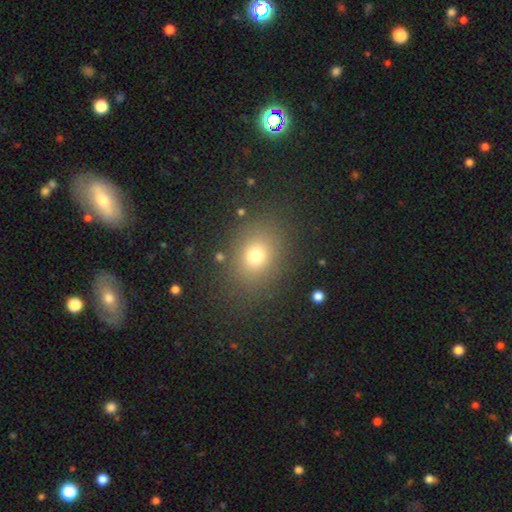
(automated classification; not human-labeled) Morphology: type=smooth (73%); roundness=round (54%); merging=none (84%).